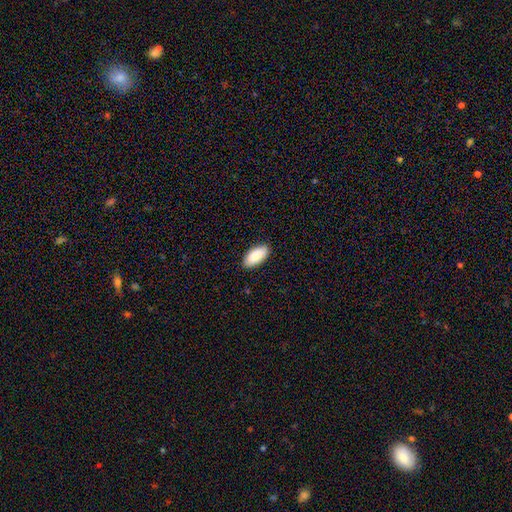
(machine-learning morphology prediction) Smooth or featured: smooth — 89% (star or artifact — 6%)
How rounded: in between — 93% (cigar-shaped — 5%)
Merging: none — 89% (minor disturbance — 9%)